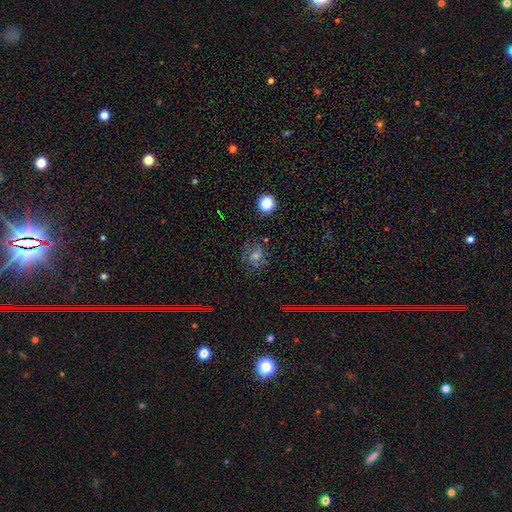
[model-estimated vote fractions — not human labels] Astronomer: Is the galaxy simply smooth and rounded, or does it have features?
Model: featured or disk — 39% (runner-up: smooth, 38%).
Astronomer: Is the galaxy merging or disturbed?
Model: none — 67%.